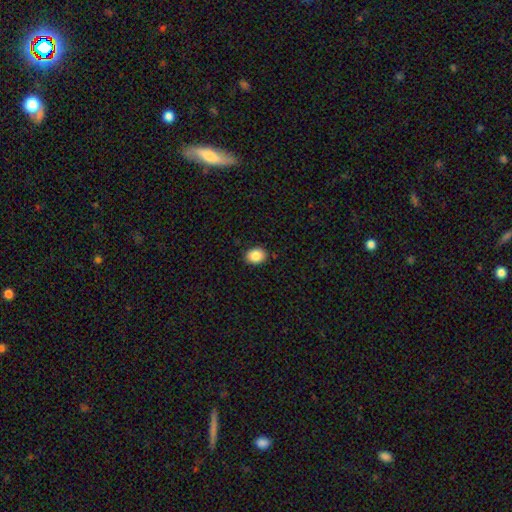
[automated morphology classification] A smooth galaxy with no disk features (87%) that is in between round and cigar-shaped (56%).

Vote fractions:
- Smooth or featured? smooth: 87% / star or artifact: 9% / featured or disk: 5%
- How rounded? in between: 56% / round: 43% / cigar-shaped: 1%
- Merging? none: 89% / minor disturbance: 8% / major disturbance: 2% / merger: 1%